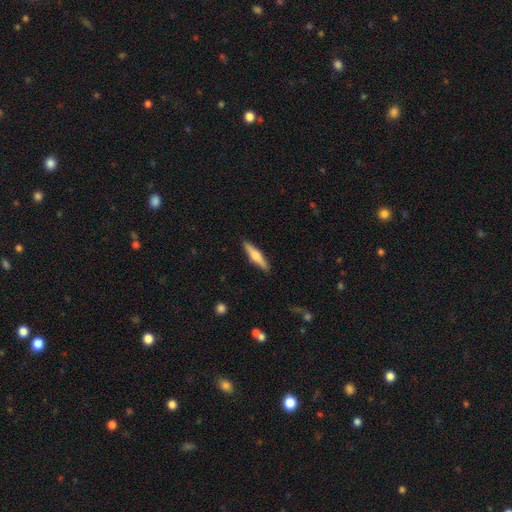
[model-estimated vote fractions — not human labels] Smooth or featured: smooth — 48% (featured or disk — 46%)
Merging: none — 90% (minor disturbance — 7%)